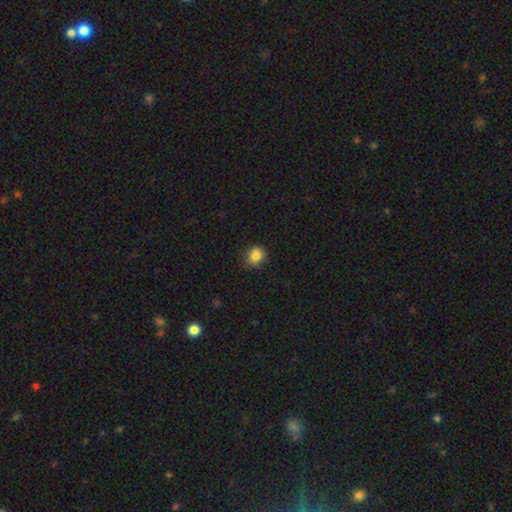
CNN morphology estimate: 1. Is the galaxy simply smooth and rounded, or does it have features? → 84% smooth, 11% star or artifact, 5% featured or disk.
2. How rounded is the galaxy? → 76% round, 23% in between, 1% cigar-shaped.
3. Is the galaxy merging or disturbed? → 85% none, 12% minor disturbance, 2% major disturbance, 1% merger.